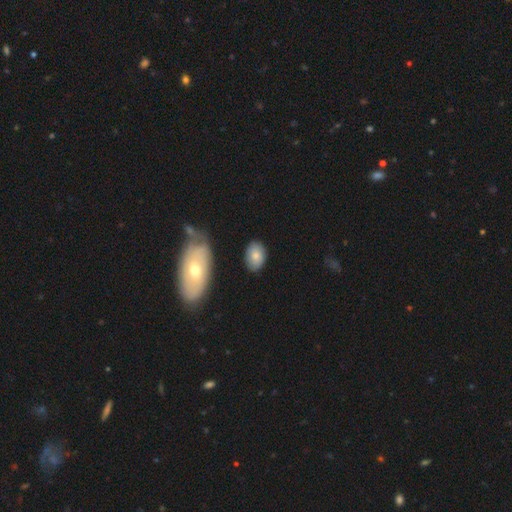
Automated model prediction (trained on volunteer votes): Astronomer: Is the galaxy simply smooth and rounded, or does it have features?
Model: smooth — 80%.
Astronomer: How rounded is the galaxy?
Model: in between — 77%.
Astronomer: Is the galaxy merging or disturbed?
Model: none — 79%.